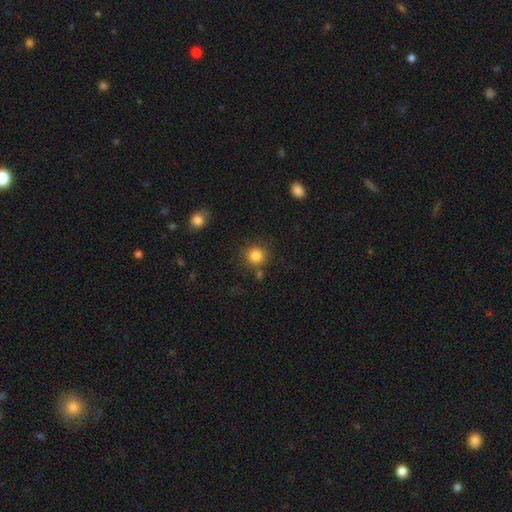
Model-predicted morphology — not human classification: smooth-or-featured: smooth: 84% | star or artifact: 11% | featured or disk: 5%
  how-rounded: round: 92% | in between: 7% | cigar-shaped: 1%
  merging: none: 82% | minor disturbance: 9% | merger: 6% | major disturbance: 3%